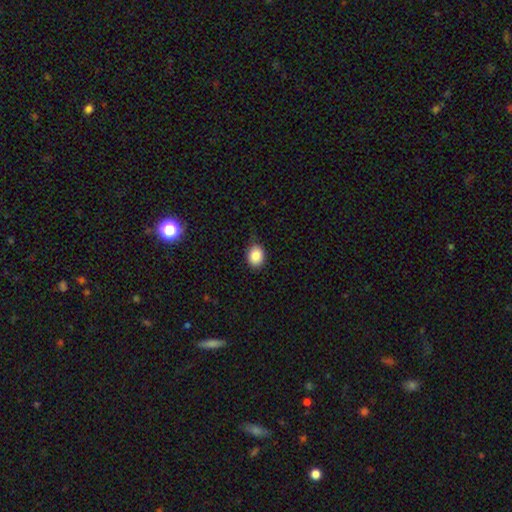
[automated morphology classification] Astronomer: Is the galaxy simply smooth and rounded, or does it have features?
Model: smooth — 87%.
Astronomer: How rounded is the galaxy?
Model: in between — 51% (runner-up: round, 48%).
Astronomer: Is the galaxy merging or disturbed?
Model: none — 83%.